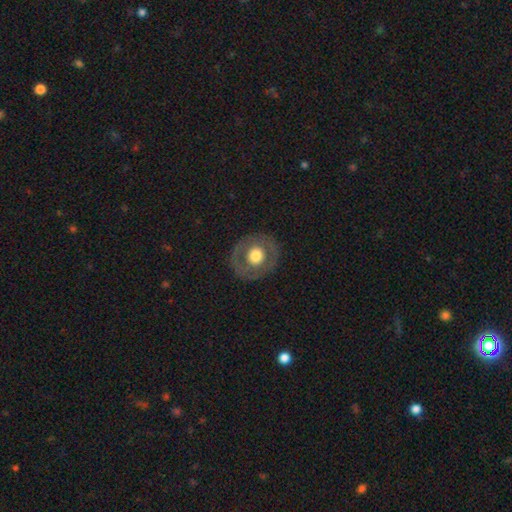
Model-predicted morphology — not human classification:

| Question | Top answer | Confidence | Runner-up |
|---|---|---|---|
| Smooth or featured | smooth | 50% | featured or disk (43%) |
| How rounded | round | 88% | in between (11%) |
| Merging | none | 82% | minor disturbance (11%) |